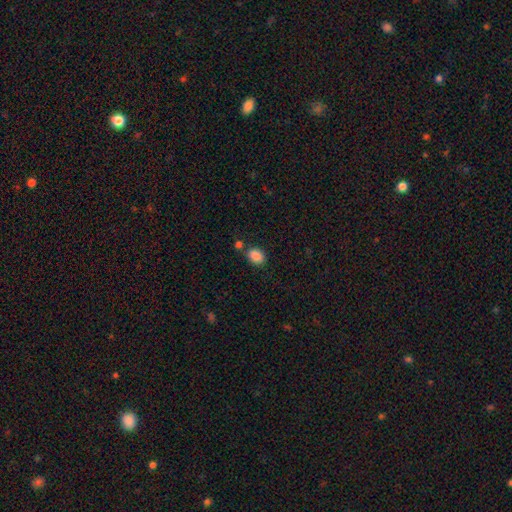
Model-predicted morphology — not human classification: smooth 87%, star or artifact 9%, featured or disk 4%. Down the decision tree: how rounded — in between (71%); merging — none (72%).